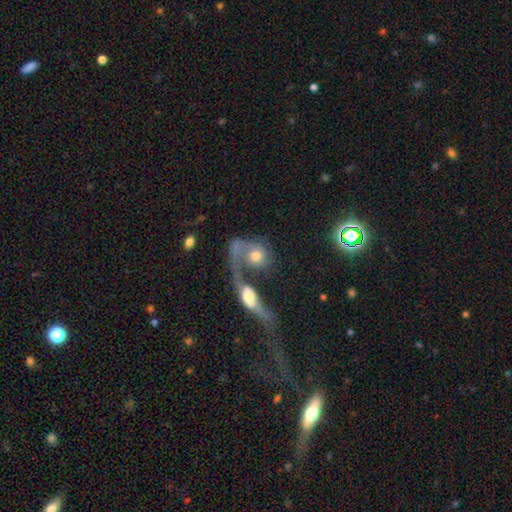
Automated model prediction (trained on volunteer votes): featured or disk 55%, smooth 37%, star or artifact 8%. Down the decision tree: edge-on disk — no (89%); merging — merger (70%).